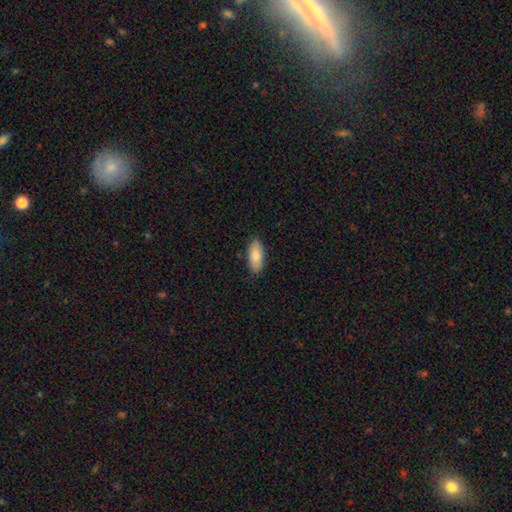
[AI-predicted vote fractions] Smooth or featured: smooth — 84% (featured or disk — 10%)
How rounded: in between — 87% (cigar-shaped — 11%)
Merging: none — 85% (minor disturbance — 11%)